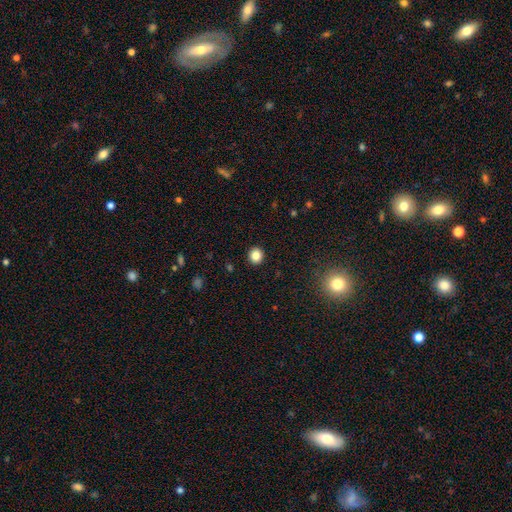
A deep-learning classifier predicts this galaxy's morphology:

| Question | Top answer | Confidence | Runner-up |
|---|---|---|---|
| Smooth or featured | smooth | 84% | star or artifact (11%) |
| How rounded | round | 86% | in between (13%) |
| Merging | none | 93% | minor disturbance (5%) |